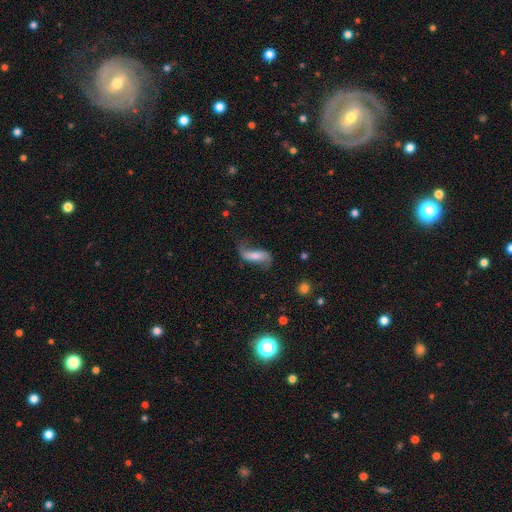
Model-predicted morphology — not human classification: Q: Smooth or featured?
A: featured or disk (68%); runner-up: smooth (25%)
Q: Edge-on disk?
A: no (89%); runner-up: yes (11%)
Q: Bar?
A: strong (35%); runner-up: weak (33%)
Q: Spiral arms?
A: yes (91%); runner-up: no (9%)
Q: Spiral winding?
A: loose (84%); runner-up: medium (12%)
Q: Spiral arm count?
A: 2 (90%); runner-up: 1 (4%)
Q: Bulge size?
A: small (38%); runner-up: moderate (35%)
Q: Merging?
A: none (61%); runner-up: minor disturbance (21%)